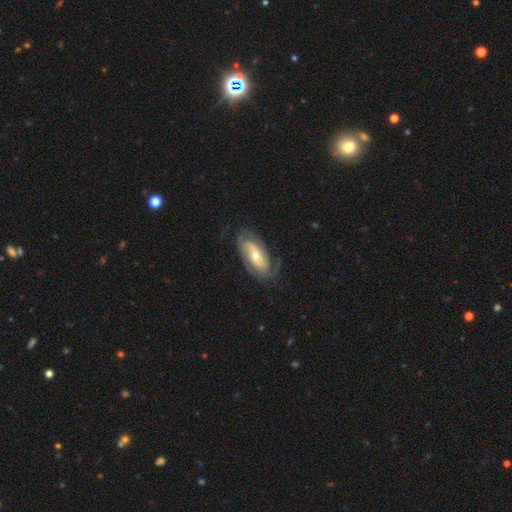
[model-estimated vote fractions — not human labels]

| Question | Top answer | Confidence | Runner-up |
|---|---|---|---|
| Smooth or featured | featured or disk | 81% | smooth (14%) |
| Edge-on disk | no | 95% | yes (5%) |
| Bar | no | 55% | weak (30%) |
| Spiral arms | yes | 93% | no (7%) |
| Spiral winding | tight | 51% | medium (36%) |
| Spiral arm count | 2 | 60% | can't tell (18%) |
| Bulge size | moderate | 55% | small (40%) |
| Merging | none | 73% | minor disturbance (18%) |